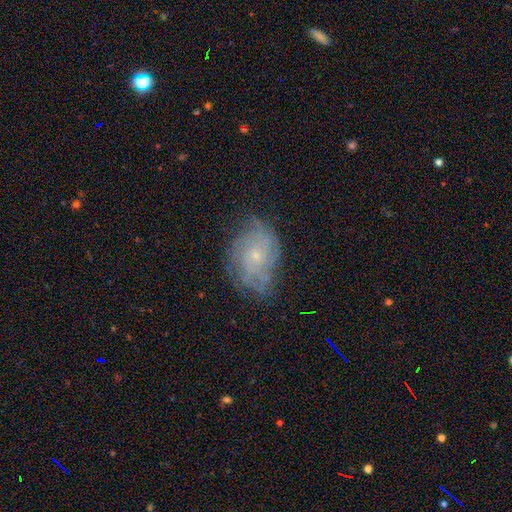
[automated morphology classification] Smooth or featured? featured or disk (68%)
Edge-on disk? no (96%)
Bar? no (80%)
Spiral arms? yes (88%)
Spiral winding? tight (56%)
Spiral arm count? can't tell (47%)
Bulge size? small (77%)
Merging? none (69%)